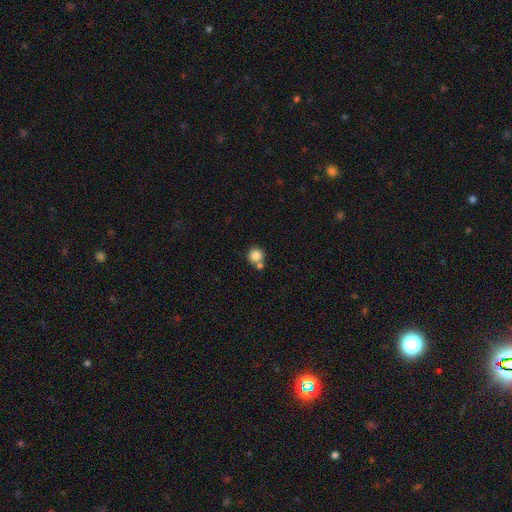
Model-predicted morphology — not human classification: Smooth or featured: smooth — 83% (star or artifact — 10%)
How rounded: round — 93% (in between — 6%)
Merging: none — 60% (merger — 28%)